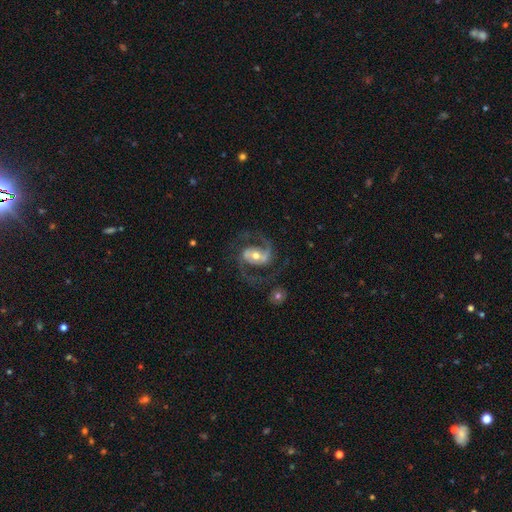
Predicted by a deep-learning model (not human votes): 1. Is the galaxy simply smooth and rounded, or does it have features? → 91% featured or disk, 5% smooth, 5% star or artifact.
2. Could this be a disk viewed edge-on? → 98% no, 2% yes.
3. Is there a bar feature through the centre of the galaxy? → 41% strong, 38% weak, 21% no.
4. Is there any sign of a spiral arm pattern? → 97% yes, 3% no.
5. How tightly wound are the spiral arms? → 62% medium, 25% loose, 13% tight.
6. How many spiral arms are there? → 93% 2, 2% can't tell, 2% 3, 2% 1, 1% 4, 1% more than 4.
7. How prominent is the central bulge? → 67% moderate, 25% small, 6% large, 1% none, 1% dominant.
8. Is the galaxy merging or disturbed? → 75% none, 12% minor disturbance, 11% major disturbance, 2% merger.